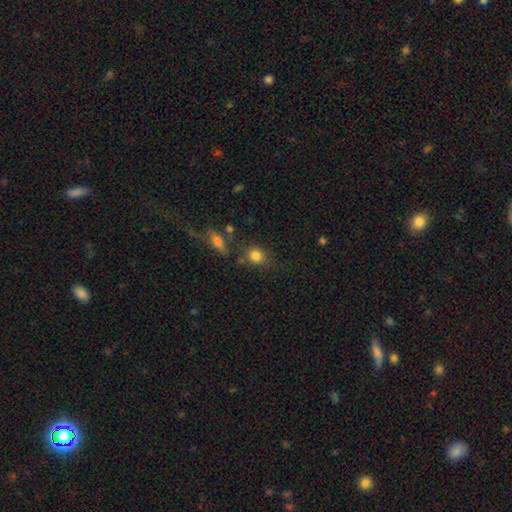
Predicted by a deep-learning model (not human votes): Morphology: type=smooth (82%); roundness=round (74%); merging=none (71%).